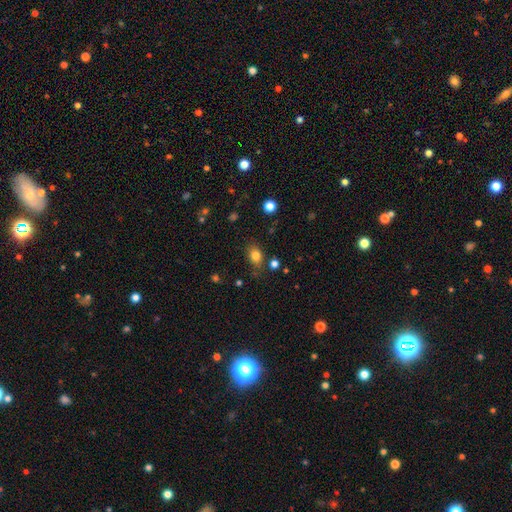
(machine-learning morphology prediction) The model was most divided on "how rounded": in between: 65%, round: 34%, cigar-shaped: 1%. More confident: smooth or featured — smooth (80%); merging — none (77%).